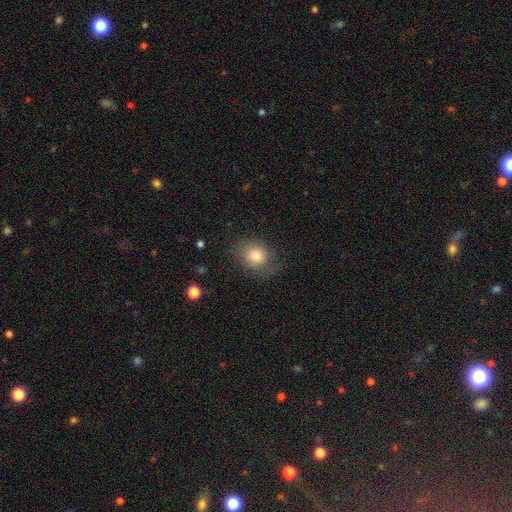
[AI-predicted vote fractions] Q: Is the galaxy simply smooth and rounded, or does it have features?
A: smooth — 76%.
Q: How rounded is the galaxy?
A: round — 67%.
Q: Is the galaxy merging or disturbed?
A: none — 68%.